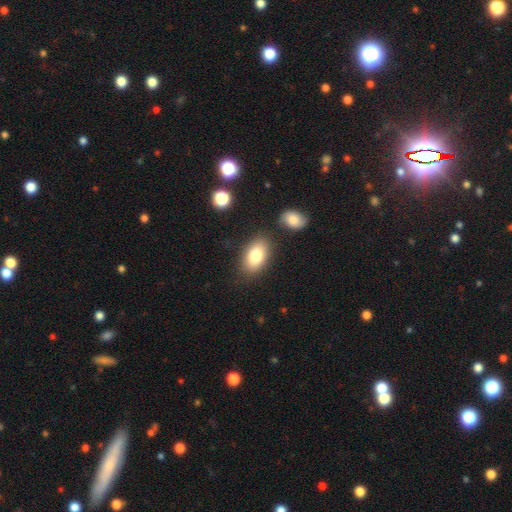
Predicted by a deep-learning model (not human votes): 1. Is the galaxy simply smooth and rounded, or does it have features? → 80% smooth, 12% featured or disk, 8% star or artifact.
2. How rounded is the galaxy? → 89% in between, 9% round, 2% cigar-shaped.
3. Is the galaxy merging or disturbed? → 81% none, 11% minor disturbance, 5% merger, 3% major disturbance.